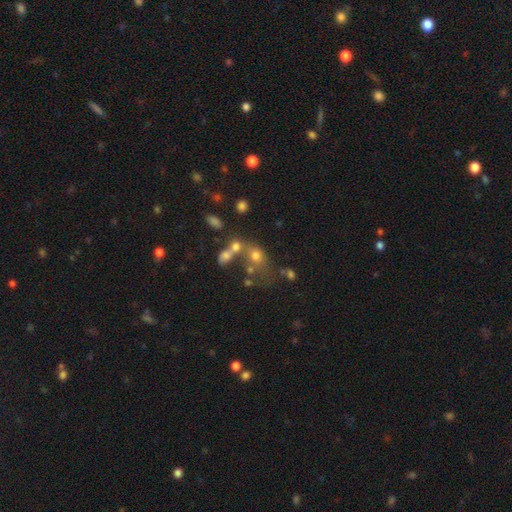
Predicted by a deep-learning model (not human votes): The model was most divided on "how rounded": round: 49%, in between: 48%, cigar-shaped: 3%. Remaining: smooth or featured — smooth (64%); merging — merger (41%).